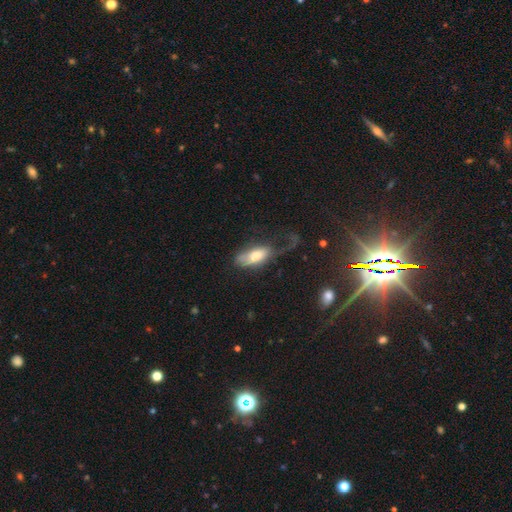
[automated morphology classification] A smooth galaxy with no disk features (66%) that is in between round and cigar-shaped (85%). Merging: major disturbance (45%).